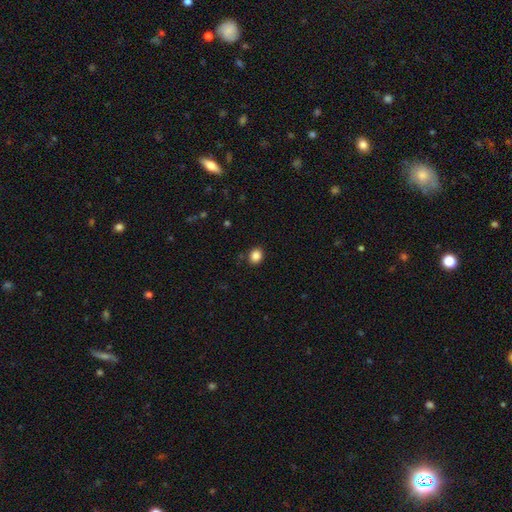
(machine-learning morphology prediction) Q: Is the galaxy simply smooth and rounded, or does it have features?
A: smooth — 86%.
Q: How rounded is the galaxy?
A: round — 65%.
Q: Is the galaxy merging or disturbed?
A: none — 87%.